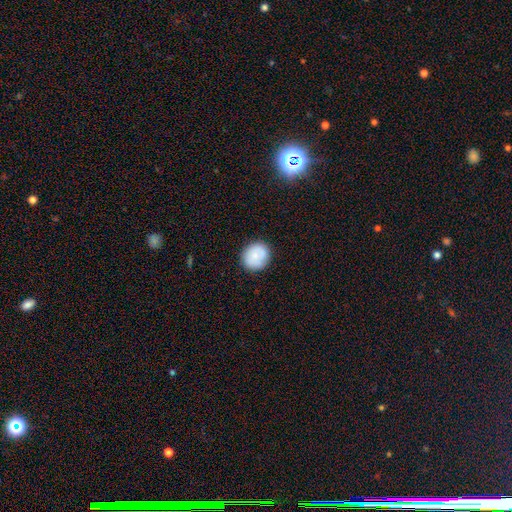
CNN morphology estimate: smooth 81%, featured or disk 12%, star or artifact 7%. Down the decision tree: how rounded — round (82%); merging — none (87%).